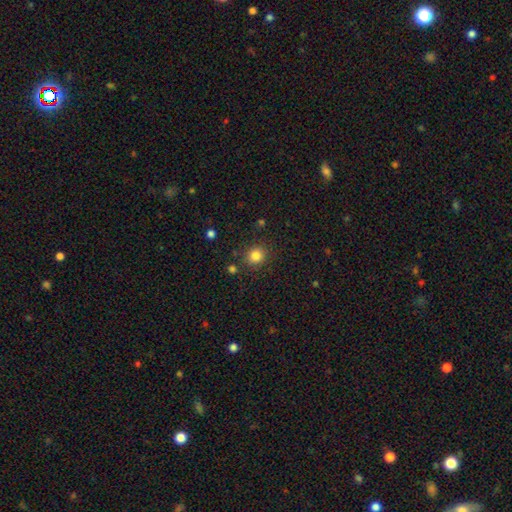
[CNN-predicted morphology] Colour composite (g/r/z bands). It shows a smooth galaxy with no disk features (83%) that is round (82%). Merging: none (85%).